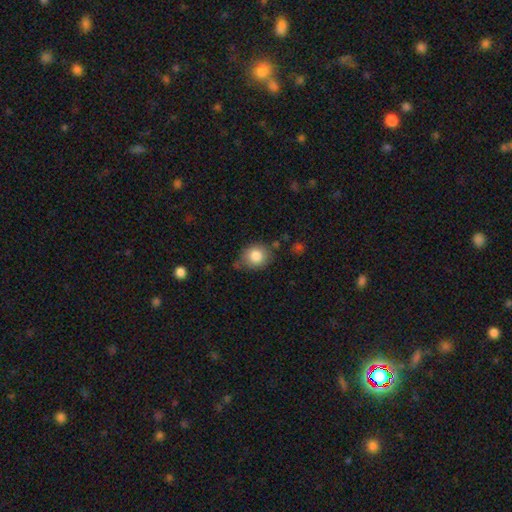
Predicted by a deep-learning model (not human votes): smooth 85%, star or artifact 9%, featured or disk 7%. Down the decision tree: how rounded — round (71%); merging — none (72%).